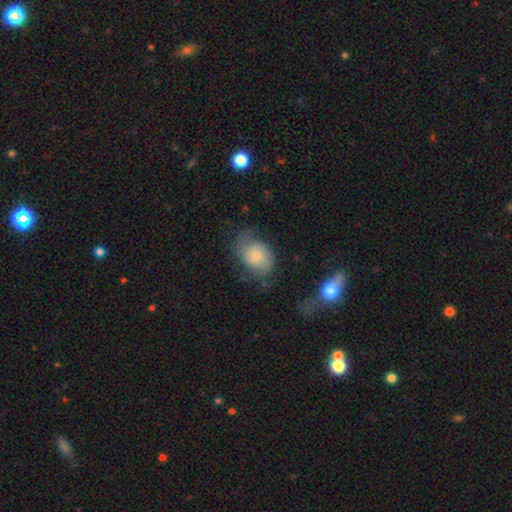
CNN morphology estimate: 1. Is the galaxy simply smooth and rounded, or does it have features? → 52% smooth, 39% featured or disk, 9% star or artifact.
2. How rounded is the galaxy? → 68% in between, 31% round, 1% cigar-shaped.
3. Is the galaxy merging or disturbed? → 49% none, 28% minor disturbance, 19% major disturbance, 4% merger.